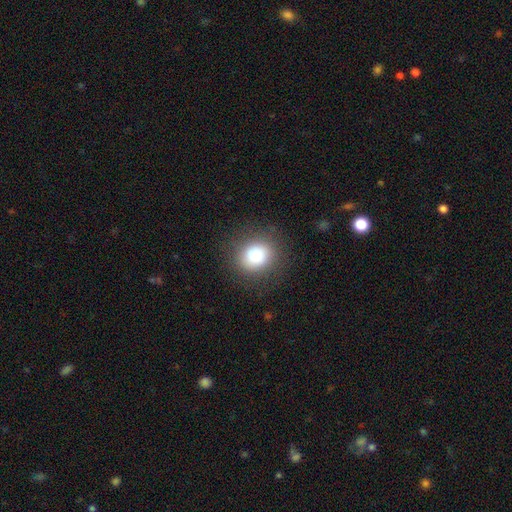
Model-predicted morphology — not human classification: This is clearly a smooth galaxy (82%). How rounded: likely round (75%). Merging: clearly none (85%).